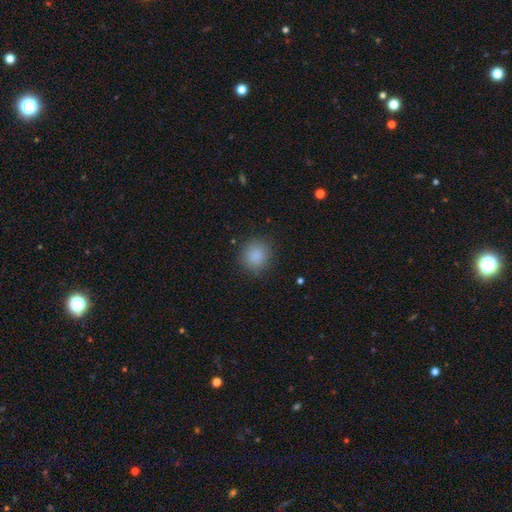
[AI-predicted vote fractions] Morphology: type=smooth (87%); roundness=round (87%); merging=none (86%).